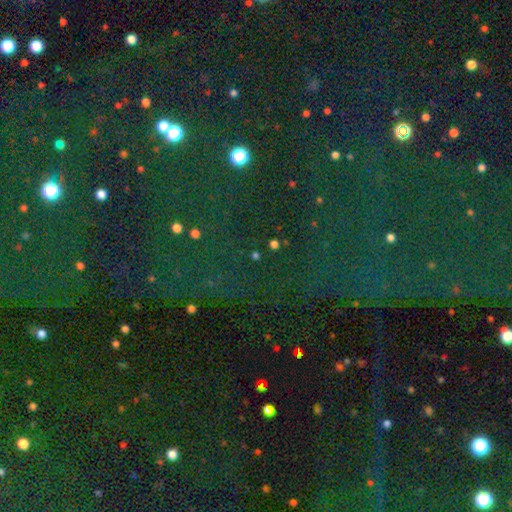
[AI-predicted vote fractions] A star or artifact, not a galaxy (68%).

Vote fractions:
- Smooth or featured? star or artifact: 68% / smooth: 23% / featured or disk: 8%